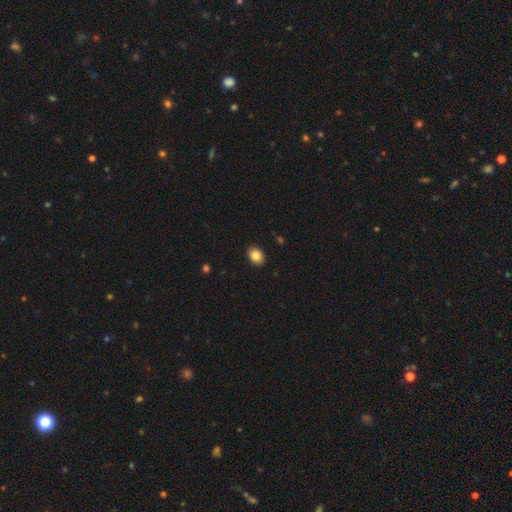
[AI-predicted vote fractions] Overall: smooth (84%). How rounded: in between (65%; round 34%). Merging: none (91%).